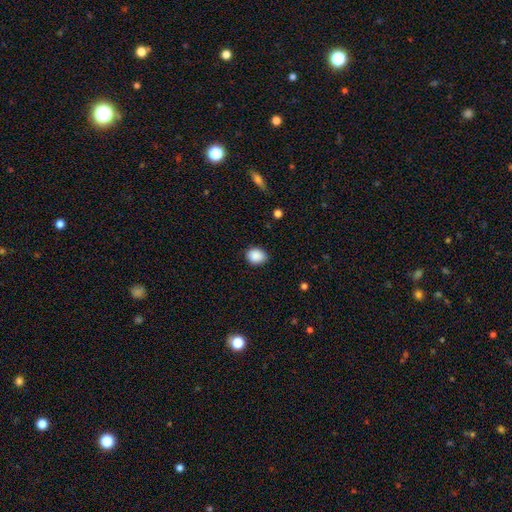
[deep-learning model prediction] Smooth or featured? smooth (89%)
How rounded? round (50%)
Merging? none (84%)